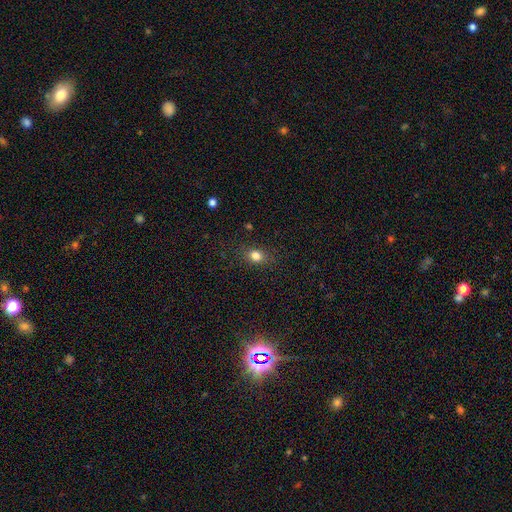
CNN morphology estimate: Q: Smooth or featured?
A: smooth (81%); runner-up: star or artifact (13%)
Q: How rounded?
A: in between (50%); runner-up: round (48%)
Q: Merging?
A: none (84%); runner-up: minor disturbance (11%)